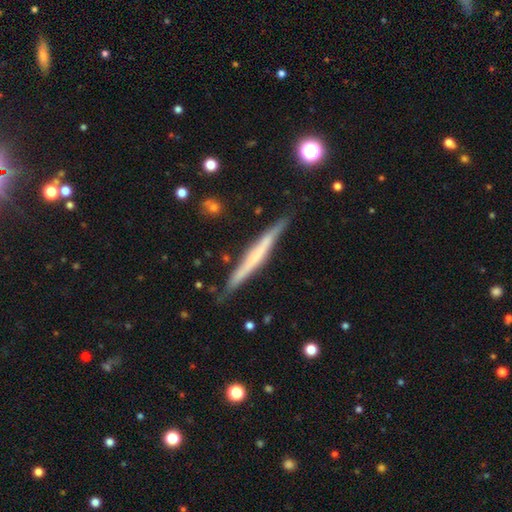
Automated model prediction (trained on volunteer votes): Overall: featured or disk (56%; smooth 38%). Edge-on disk: yes (96%). Edge-on bulge: none (70%). Merging: none (84%).